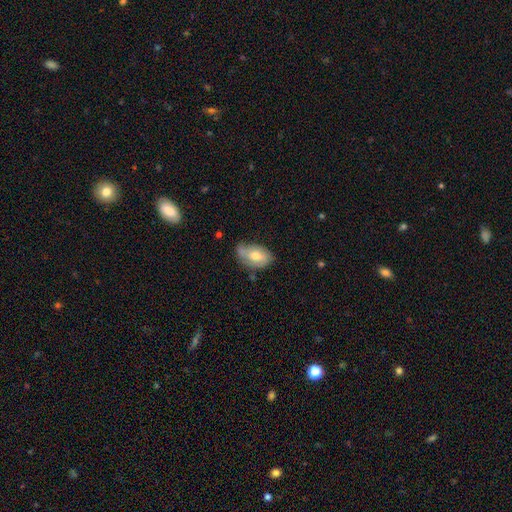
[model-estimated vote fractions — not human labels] Smooth or featured? smooth (61%)
How rounded? in between (88%)
Merging? none (46%)